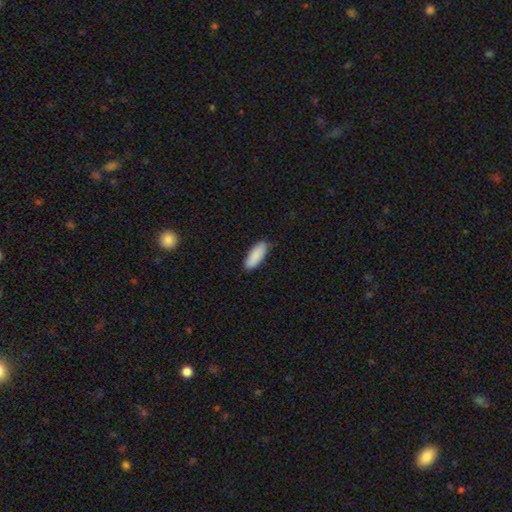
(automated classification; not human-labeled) Smooth or featured? Predicted: smooth (p=0.90). How rounded? Predicted: in between (p=0.75). Merging? Predicted: none (p=0.82).